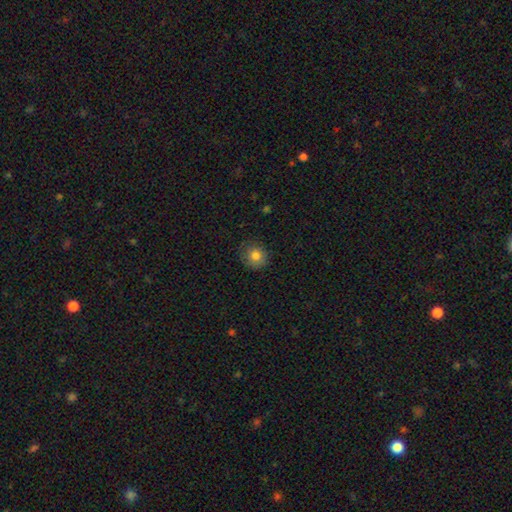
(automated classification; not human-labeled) A smooth galaxy with no disk features (80%) that is round (88%). Merging: none (82%).